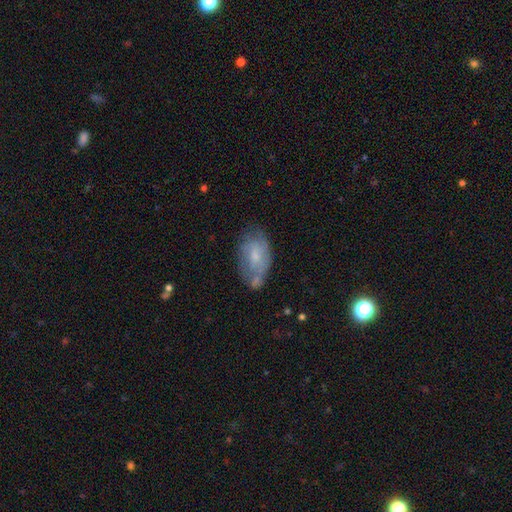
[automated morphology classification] smooth_or_featured: smooth (p=0.53) [alt: featured or disk p=0.40]
how_rounded: in between (p=0.91) [alt: round p=0.06]
merging: none (p=0.45) [alt: minor disturbance p=0.30]